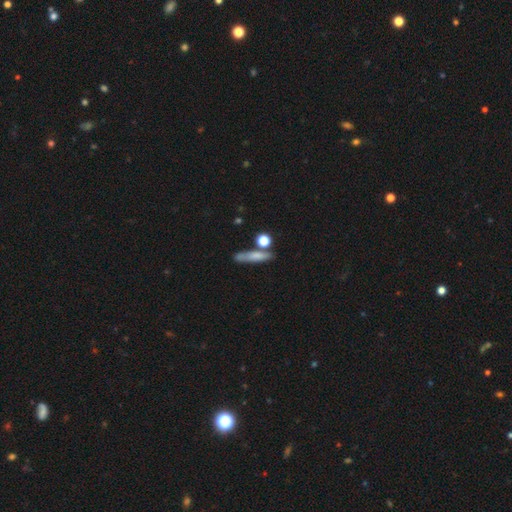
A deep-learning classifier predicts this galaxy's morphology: Smooth or featured? smooth (68%)
How rounded? cigar-shaped (71%)
Merging? none (68%)